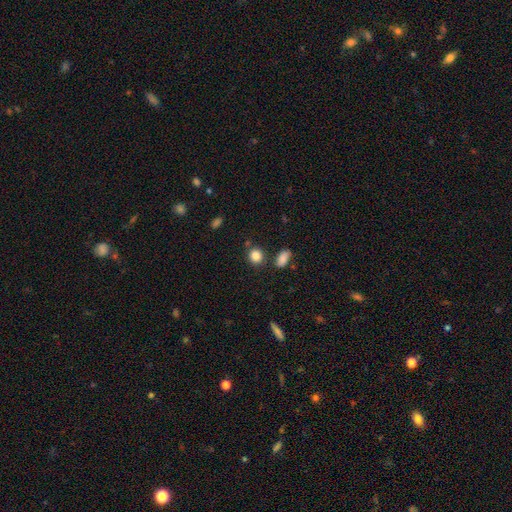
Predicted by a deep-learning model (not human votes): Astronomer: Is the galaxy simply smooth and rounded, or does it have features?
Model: smooth — 85%.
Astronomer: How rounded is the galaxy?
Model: round — 73%.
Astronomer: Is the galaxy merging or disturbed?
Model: none — 78%.